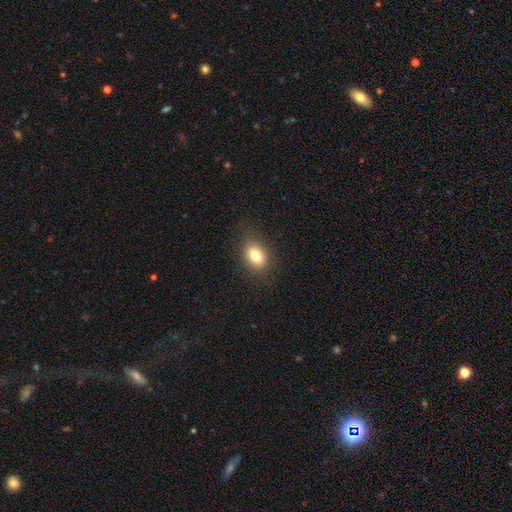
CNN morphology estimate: The model was most divided on "how rounded": in between: 75%, round: 23%, cigar-shaped: 2%. More confident: merging — none (84%); smooth or featured — smooth (81%).